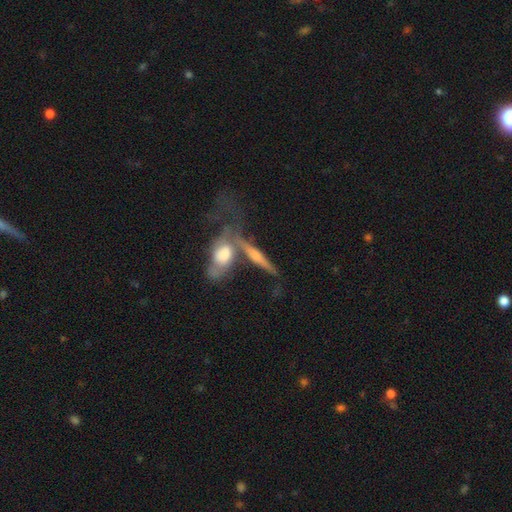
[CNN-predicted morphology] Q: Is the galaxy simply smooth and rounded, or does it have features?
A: featured or disk — 58%.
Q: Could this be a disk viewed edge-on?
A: yes — 80%.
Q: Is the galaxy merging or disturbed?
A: merger — 38%, tied with none.